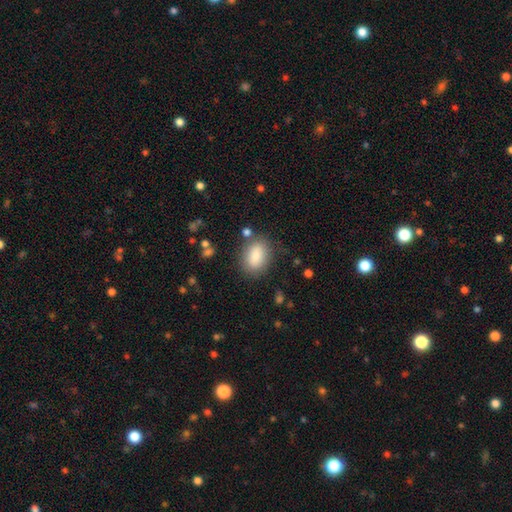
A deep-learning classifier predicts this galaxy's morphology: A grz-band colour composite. It shows a smooth galaxy with no disk features (86%) that is in between round and cigar-shaped (82%). Merging: none (78%).